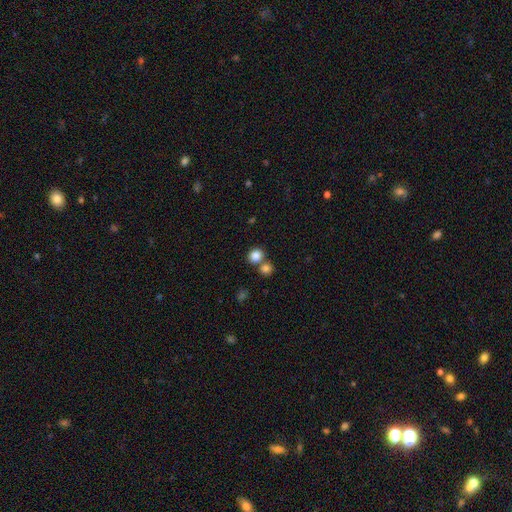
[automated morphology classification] A smooth galaxy with no disk features (84%) that is round (83%).

Vote fractions:
- Smooth or featured? smooth: 84% / star or artifact: 10% / featured or disk: 5%
- How rounded? round: 83% / in between: 16% / cigar-shaped: 1%
- Merging? none: 61% / merger: 29% / minor disturbance: 7% / major disturbance: 3%